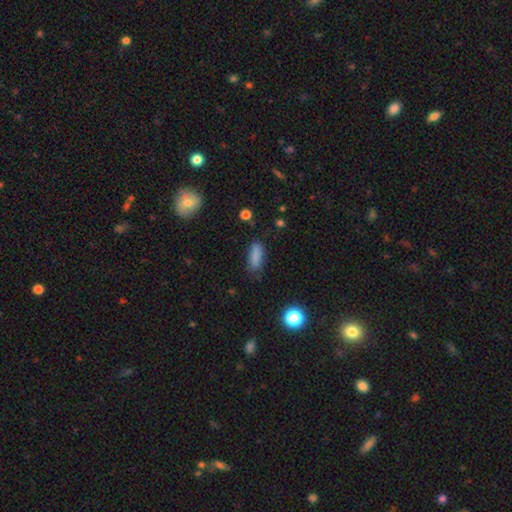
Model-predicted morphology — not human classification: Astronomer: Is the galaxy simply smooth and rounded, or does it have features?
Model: smooth — 84%.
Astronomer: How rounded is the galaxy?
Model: in between — 58% (runner-up: cigar-shaped, 39%).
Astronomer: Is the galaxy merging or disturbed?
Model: none — 74%.